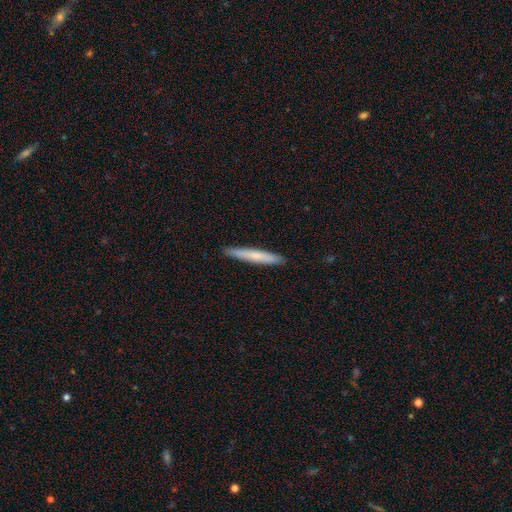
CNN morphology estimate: smooth 67%, featured or disk 28%, star or artifact 5%. Down the decision tree: how rounded — cigar-shaped (96%); merging — none (91%).